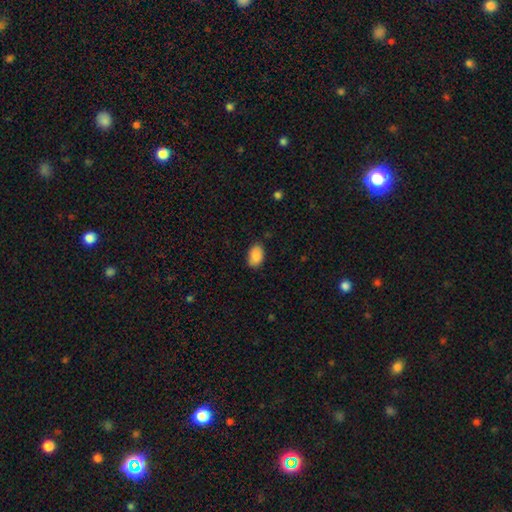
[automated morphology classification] A smooth galaxy with no disk features (89%) that is in between round and cigar-shaped (89%).

Vote fractions:
- Smooth or featured? smooth: 89% / star or artifact: 7% / featured or disk: 4%
- How rounded? in between: 89% / round: 10% / cigar-shaped: 1%
- Merging? none: 85% / minor disturbance: 12% / major disturbance: 3% / merger: 1%